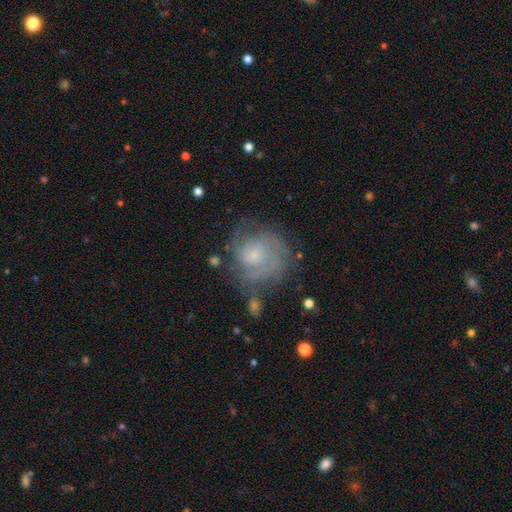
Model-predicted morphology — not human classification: Smooth or featured?
  - featured or disk: 69% *
  - smooth: 23%
  - star or artifact: 8%
Edge-on disk?
  - no: 98% *
  - yes: 2%
Bar?
  - no: 70% *
  - weak: 26%
  - strong: 3%
Spiral arms?
  - yes: 87% *
  - no: 13%
Spiral winding?
  - tight: 56% *
  - medium: 33%
  - loose: 12%
Spiral arm count?
  - can't tell: 40% *
  - 2: 27%
  - 3: 15%
  - 1: 6%
  - 4: 6%
  - more than 4: 4%
Bulge size?
  - small: 72% *
  - moderate: 18%
  - none: 7%
  - large: 2%
  - dominant: 1%
Merging?
  - none: 56% *
  - minor disturbance: 21%
  - major disturbance: 17%
  - merger: 6%